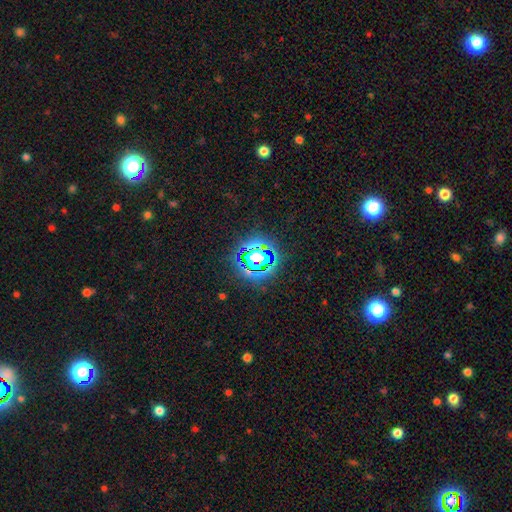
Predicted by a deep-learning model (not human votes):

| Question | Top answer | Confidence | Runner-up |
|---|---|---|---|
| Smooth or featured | star or artifact | 68% | smooth (20%) |